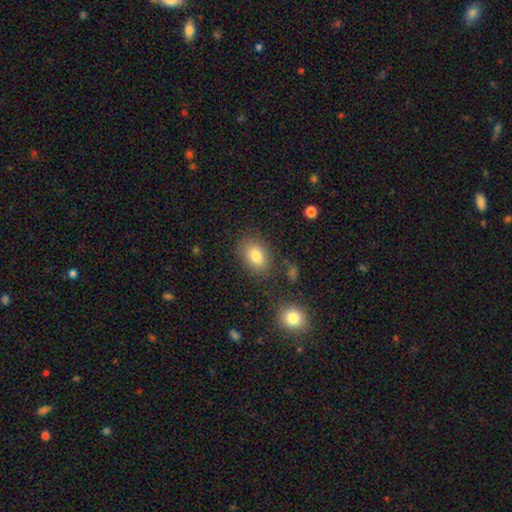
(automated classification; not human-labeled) A smooth galaxy with no disk features (81%) that is in between round and cigar-shaped (76%). Merging: none (80%).